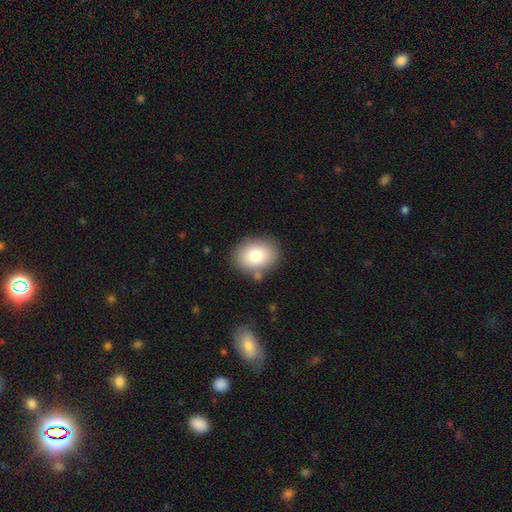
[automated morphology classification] A smooth galaxy with no disk features (79%) that is in between round and cigar-shaped (60%). Merging: none (80%).